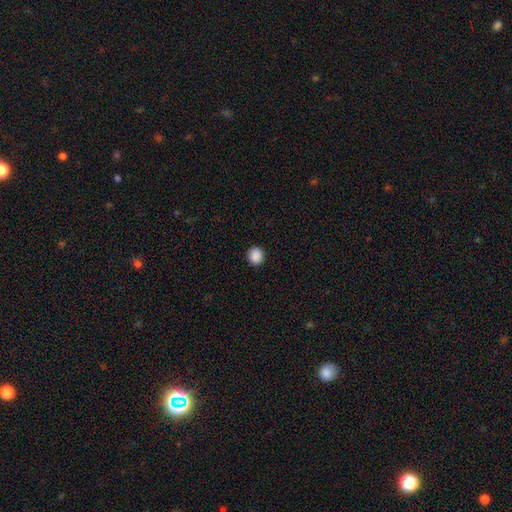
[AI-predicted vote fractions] smooth-or-featured: smooth: 89% | star or artifact: 9% | featured or disk: 2%
  how-rounded: round: 83% | in between: 16% | cigar-shaped: 1%
  merging: none: 92% | minor disturbance: 6% | major disturbance: 2% | merger: 1%